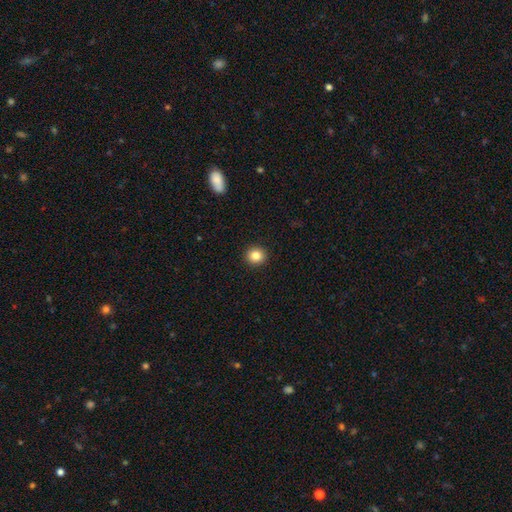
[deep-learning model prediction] Smooth or featured: smooth — 84% (star or artifact — 11%)
How rounded: round — 91% (in between — 8%)
Merging: none — 93% (minor disturbance — 4%)